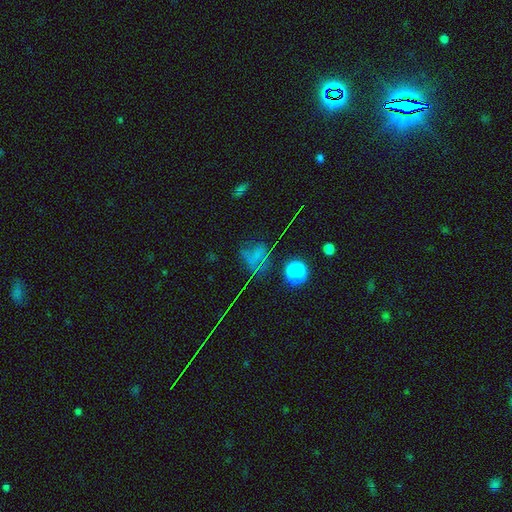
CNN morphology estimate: Smooth or featured: star or artifact — 50% (smooth — 34%)